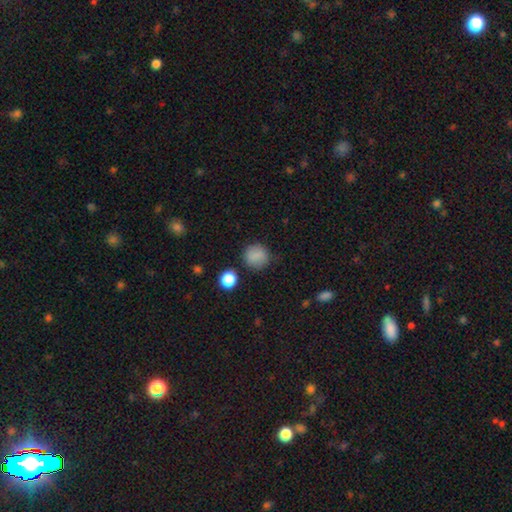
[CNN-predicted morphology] smooth-or-featured: smooth: 83% | star or artifact: 11% | featured or disk: 6%
  how-rounded: round: 86% | in between: 13% | cigar-shaped: 1%
  merging: none: 81% | minor disturbance: 13% | major disturbance: 4% | merger: 3%